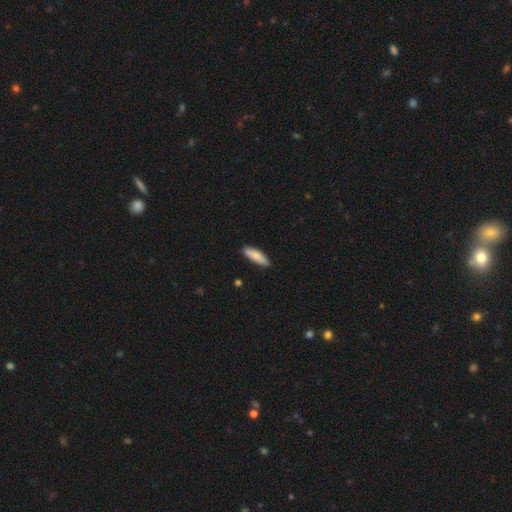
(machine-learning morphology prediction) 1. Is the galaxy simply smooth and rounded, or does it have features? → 83% smooth, 12% featured or disk, 6% star or artifact.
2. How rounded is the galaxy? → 62% cigar-shaped, 36% in between, 2% round.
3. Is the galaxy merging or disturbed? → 86% none, 11% minor disturbance, 2% major disturbance, 1% merger.